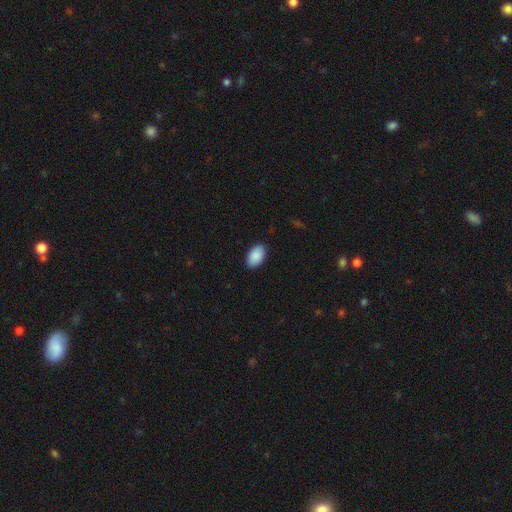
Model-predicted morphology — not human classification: smooth 91%, star or artifact 6%, featured or disk 3%. Down the decision tree: how rounded — in between (94%); merging — none (89%).